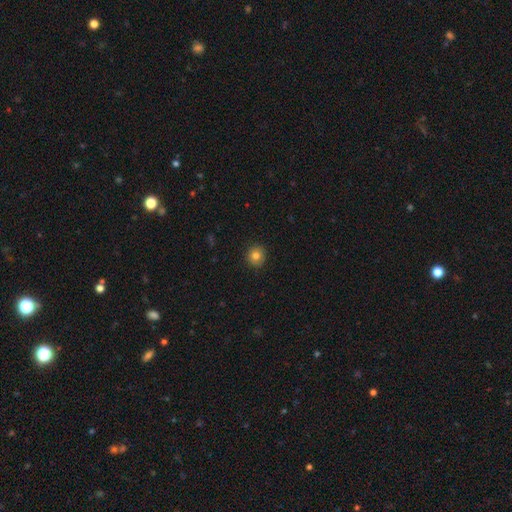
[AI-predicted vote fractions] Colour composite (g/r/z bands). It shows a smooth galaxy with no disk features (82%) that is round (92%). Merging: none (91%).